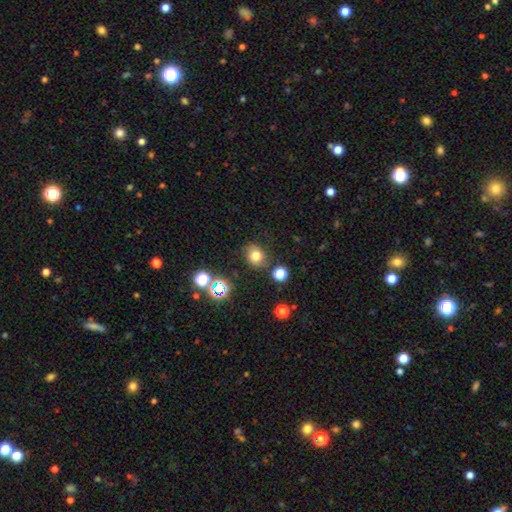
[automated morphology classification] Smooth or featured: smooth — 74% (star or artifact — 17%)
How rounded: round — 65% (in between — 34%)
Merging: none — 79% (minor disturbance — 13%)